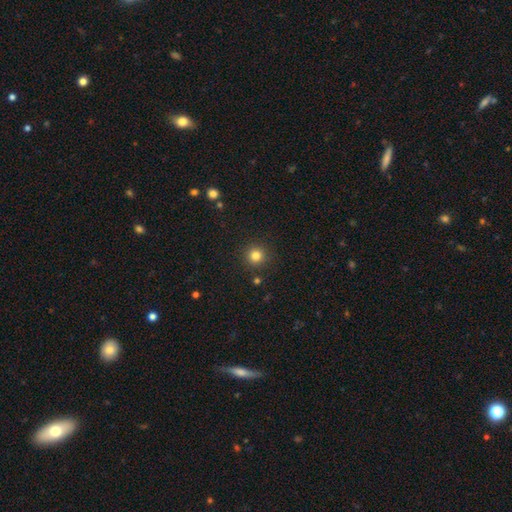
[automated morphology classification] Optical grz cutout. It shows a smooth galaxy with no disk features (82%) that is round (95%). Merging: none (90%).